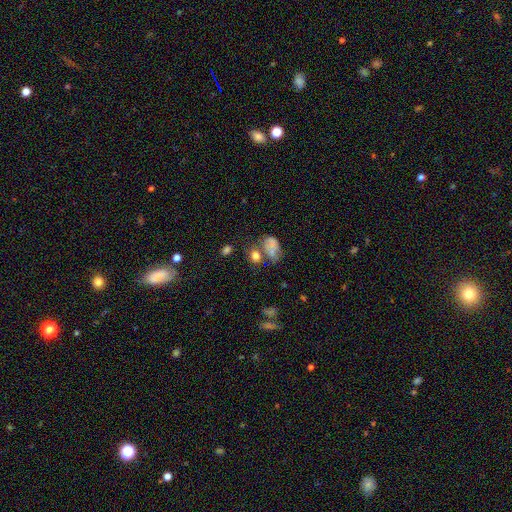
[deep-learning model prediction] Q: Smooth or featured?
A: smooth (72%); runner-up: star or artifact (15%)
Q: How rounded?
A: in between (56%); runner-up: round (42%)
Q: Merging?
A: none (47%); runner-up: merger (22%)